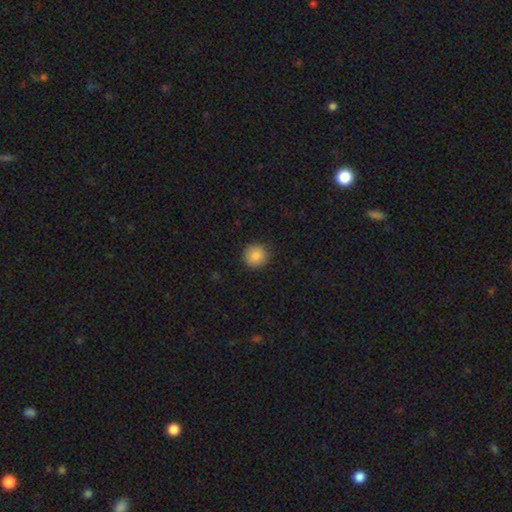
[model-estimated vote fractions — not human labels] A smooth galaxy with no disk features (88%) that is round (93%).

Vote fractions:
- Smooth or featured? smooth: 88% / star or artifact: 9% / featured or disk: 3%
- How rounded? round: 93% / in between: 6% / cigar-shaped: 1%
- Merging? none: 89% / minor disturbance: 8% / major disturbance: 2% / merger: 1%